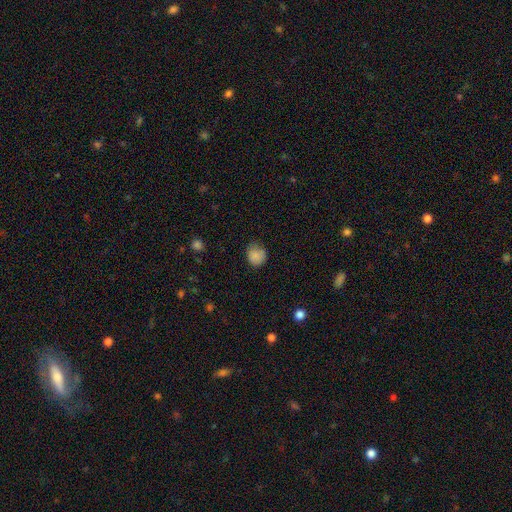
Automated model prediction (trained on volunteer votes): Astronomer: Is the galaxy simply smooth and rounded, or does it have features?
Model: smooth — 85%.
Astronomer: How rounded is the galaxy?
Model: round — 73%.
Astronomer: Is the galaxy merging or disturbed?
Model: none — 63%.